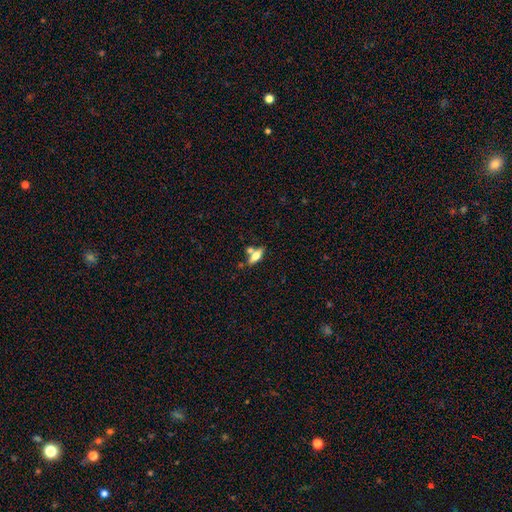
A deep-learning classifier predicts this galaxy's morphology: Smooth or featured? Predicted: smooth (p=0.59). How rounded? Predicted: in between (p=0.67). Merging? Predicted: none (p=0.58).